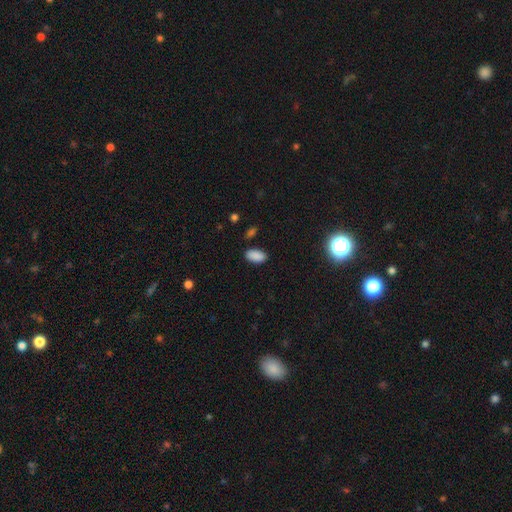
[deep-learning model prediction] smooth-or-featured: smooth: 88% | star or artifact: 9% | featured or disk: 3%
  how-rounded: in between: 94% | cigar-shaped: 3% | round: 3%
  merging: none: 85% | minor disturbance: 10% | major disturbance: 2% | merger: 2%